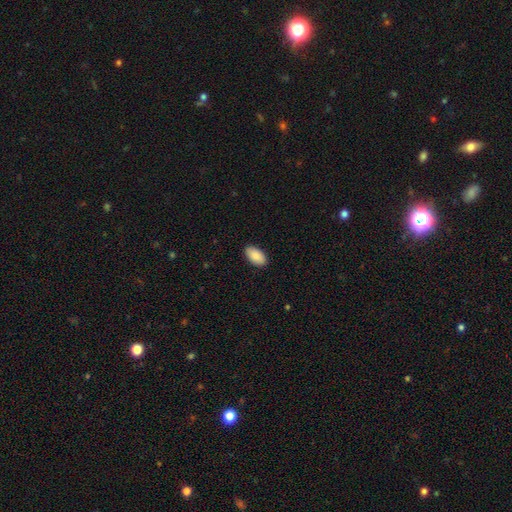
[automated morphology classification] This is clearly a smooth galaxy (88%). How rounded: clearly in between (95%). Merging: clearly none (89%).